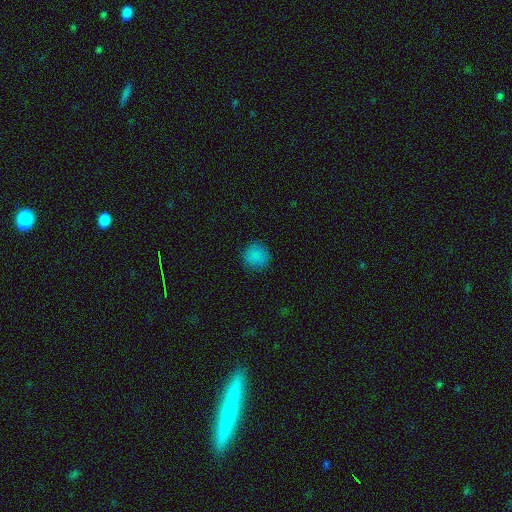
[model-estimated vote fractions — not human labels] This is clearly a smooth galaxy (85%). How rounded: clearly round (93%). Merging: clearly none (88%).